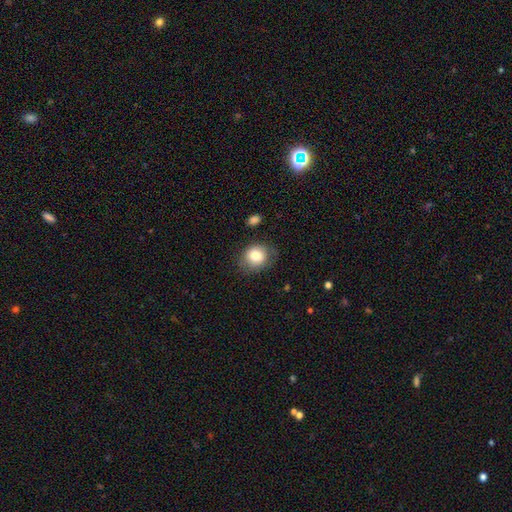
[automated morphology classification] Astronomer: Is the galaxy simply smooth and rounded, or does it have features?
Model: smooth — 82%.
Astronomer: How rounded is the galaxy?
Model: round — 63%.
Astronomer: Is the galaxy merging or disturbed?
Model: none — 73%.